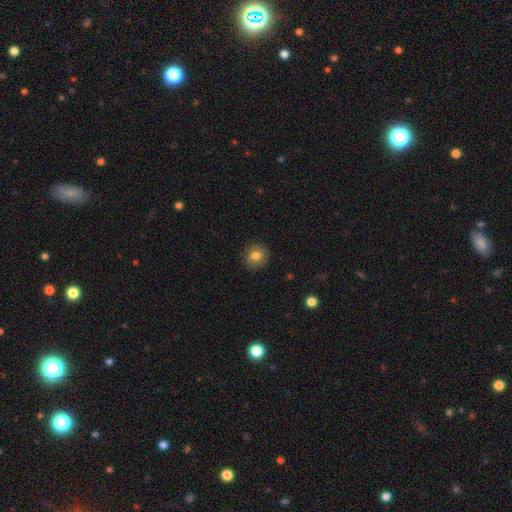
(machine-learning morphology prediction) Smooth or featured: smooth — 80% (featured or disk — 10%)
How rounded: round — 91% (in between — 8%)
Merging: none — 90% (minor disturbance — 7%)